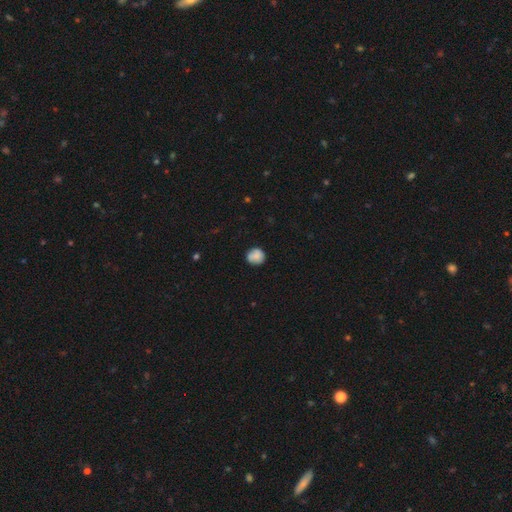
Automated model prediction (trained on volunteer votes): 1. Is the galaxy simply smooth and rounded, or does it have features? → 82% smooth, 10% featured or disk, 8% star or artifact.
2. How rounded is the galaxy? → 84% round, 15% in between, 1% cigar-shaped.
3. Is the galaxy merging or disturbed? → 78% none, 17% minor disturbance, 3% major disturbance, 2% merger.